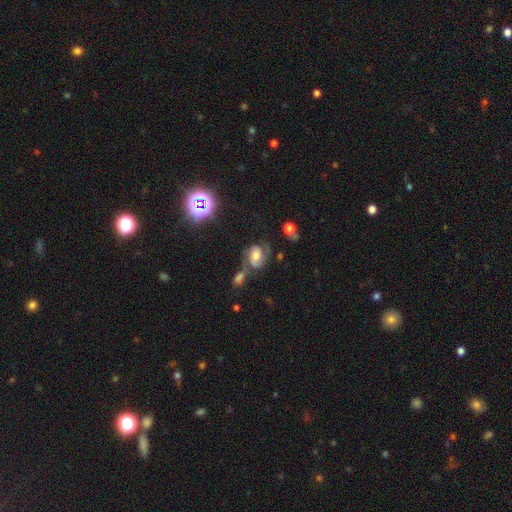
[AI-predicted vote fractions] smooth_or_featured: featured or disk (p=0.58) [alt: smooth p=0.27]
disk_edge_on: no (p=0.96) [alt: yes p=0.04]
bar: no (p=0.51) [alt: weak p=0.35]
has_spiral_arms: yes (p=0.84) [alt: no p=0.16]
bulge_size: moderate (p=0.63) [alt: large p=0.16]
merging: none (p=0.48) [alt: merger p=0.20]